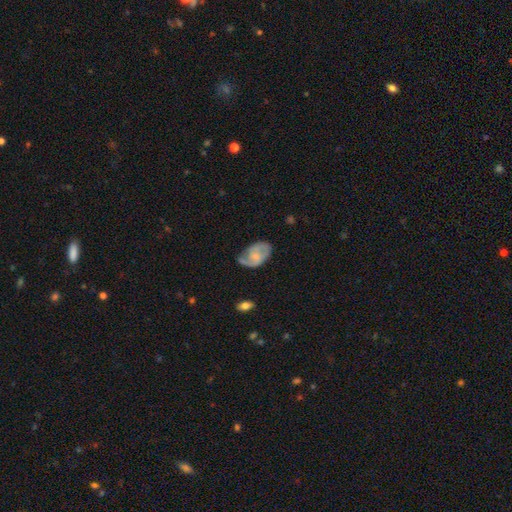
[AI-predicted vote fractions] Q: Smooth or featured?
A: featured or disk (61%); runner-up: smooth (33%)
Q: Edge-on disk?
A: no (97%); runner-up: yes (3%)
Q: Bar?
A: no (56%); runner-up: weak (38%)
Q: Spiral arms?
A: yes (84%); runner-up: no (16%)
Q: Bulge size?
A: small (46%); runner-up: moderate (25%)
Q: Merging?
A: none (51%); runner-up: minor disturbance (31%)